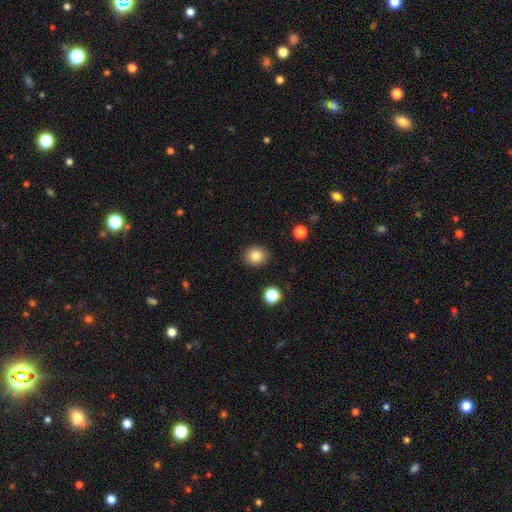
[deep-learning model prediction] Q: Smooth or featured?
A: smooth (83%); runner-up: star or artifact (11%)
Q: How rounded?
A: round (77%); runner-up: in between (22%)
Q: Merging?
A: none (90%); runner-up: minor disturbance (7%)